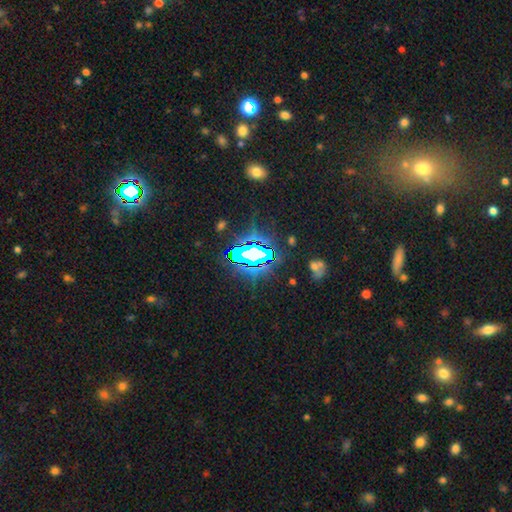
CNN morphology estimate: Smooth or featured?
  - star or artifact: 68% *
  - smooth: 17%
  - featured or disk: 15%